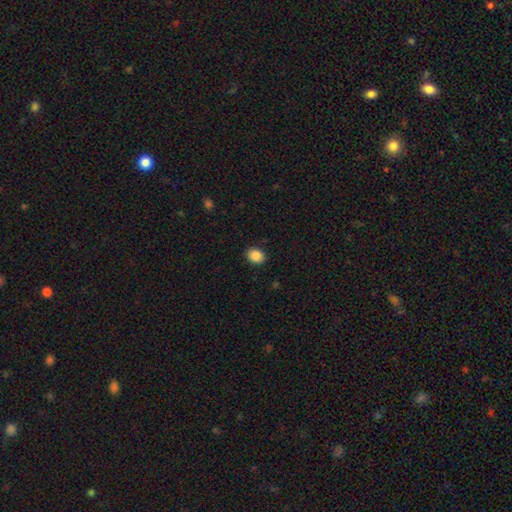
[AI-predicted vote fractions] This appears to be a smooth galaxy with no disk features (87%) that is in between round and cigar-shaped (50%). Merging: none (90%).